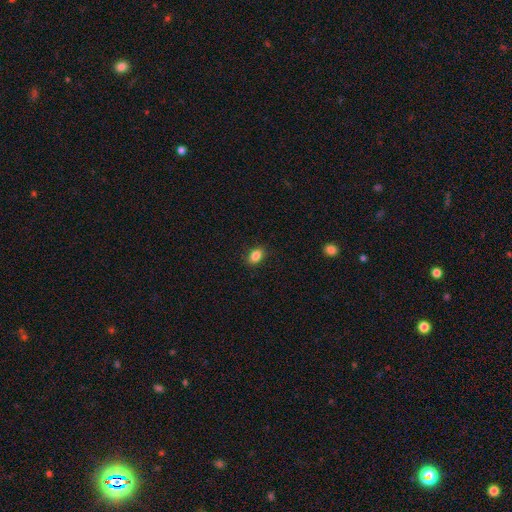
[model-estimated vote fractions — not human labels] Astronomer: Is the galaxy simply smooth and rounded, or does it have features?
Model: smooth — 85%.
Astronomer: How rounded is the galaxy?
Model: in between — 82%.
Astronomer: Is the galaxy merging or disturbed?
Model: none — 88%.